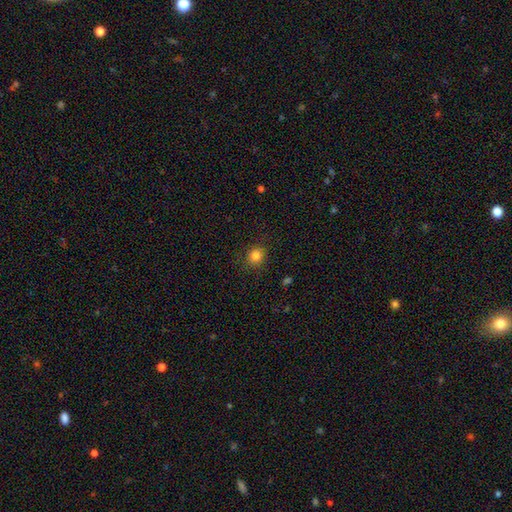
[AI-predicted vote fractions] This appears to be a smooth galaxy with no disk features (83%) that is round (82%). Merging: none (87%).